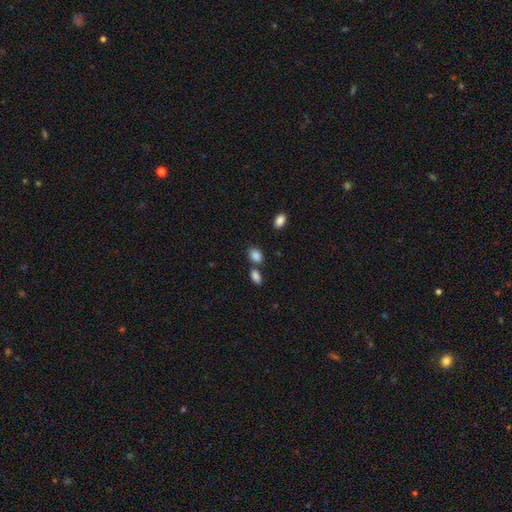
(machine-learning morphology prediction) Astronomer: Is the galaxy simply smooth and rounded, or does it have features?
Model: smooth — 87%.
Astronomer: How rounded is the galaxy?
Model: in between — 79%.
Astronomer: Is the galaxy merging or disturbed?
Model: none — 60%.